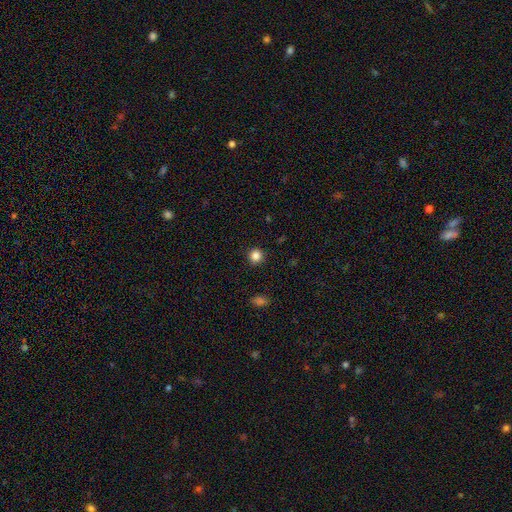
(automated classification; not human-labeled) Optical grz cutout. It shows a smooth galaxy with no disk features (85%) that is round (93%). Merging: none (92%).